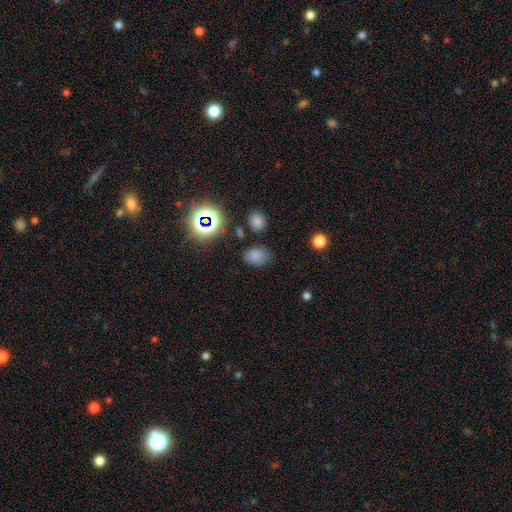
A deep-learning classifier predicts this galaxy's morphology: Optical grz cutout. It shows a smooth galaxy with no disk features (75%) that is in between round and cigar-shaped (73%). Merging: none (77%).